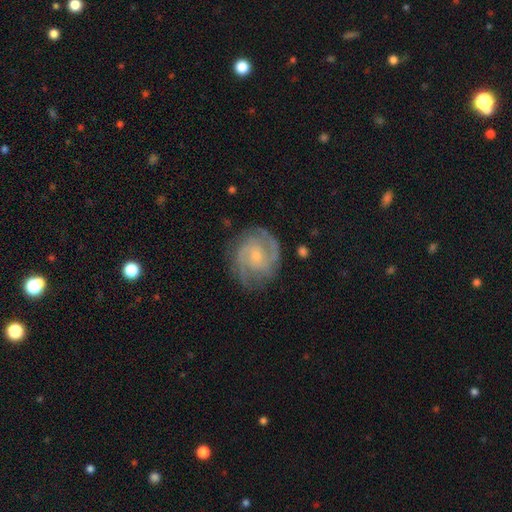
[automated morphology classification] This is clearly a featured or disk galaxy (88%). It is clearly not viewed edge-on (98%). Bar: likely no (62%). Spiral arm pattern: clearly yes (97%). Spiral arm count: possibly 2 (59%). Spiral winding: possibly tight (52%). Central bulge: likely small (71%). Merging: likely none (79%).